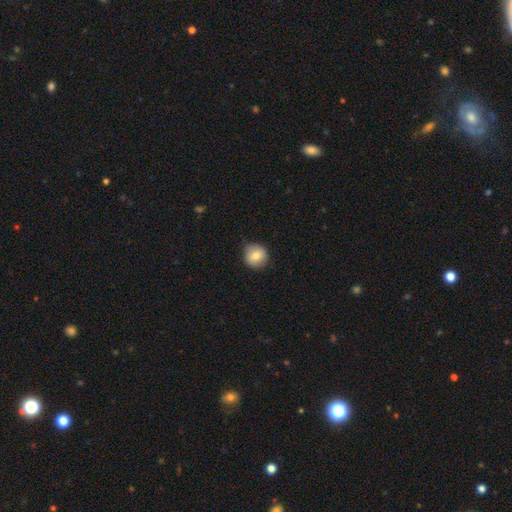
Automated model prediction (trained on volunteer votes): Smooth or featured? smooth (79%)
How rounded? round (90%)
Merging? none (80%)